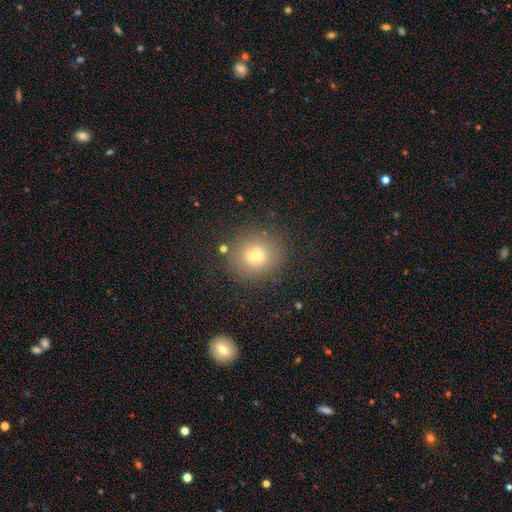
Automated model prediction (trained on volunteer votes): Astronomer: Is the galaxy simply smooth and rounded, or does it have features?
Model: smooth — 73%.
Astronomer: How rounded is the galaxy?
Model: round — 88%.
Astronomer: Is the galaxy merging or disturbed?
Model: none — 83%.